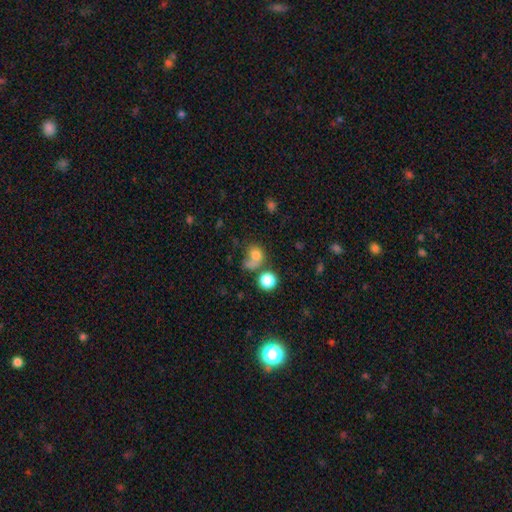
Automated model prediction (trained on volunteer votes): Smooth or featured? smooth (75%)
How rounded? round (69%)
Merging? none (36%)